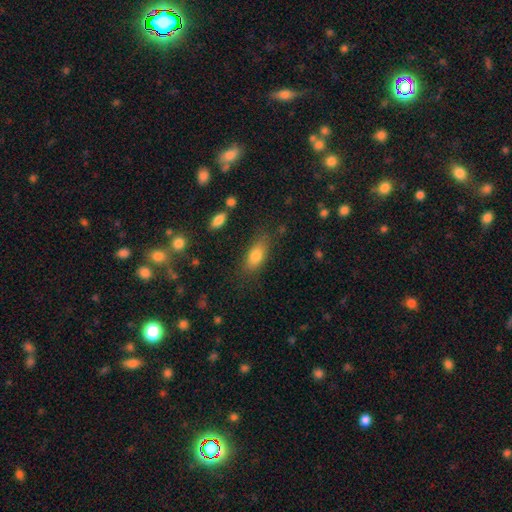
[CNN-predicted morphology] Smooth or featured? Predicted: smooth (p=0.79). How rounded? Predicted: in between (p=0.82). Merging? Predicted: none (p=0.75).